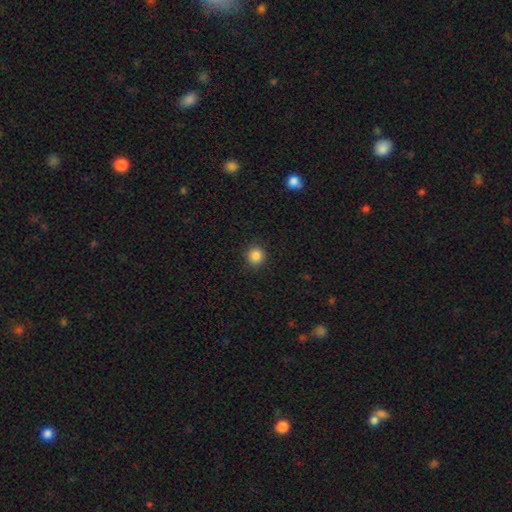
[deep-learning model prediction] Smooth or featured? Predicted: smooth (p=0.86). How rounded? Predicted: round (p=0.93). Merging? Predicted: none (p=0.90).